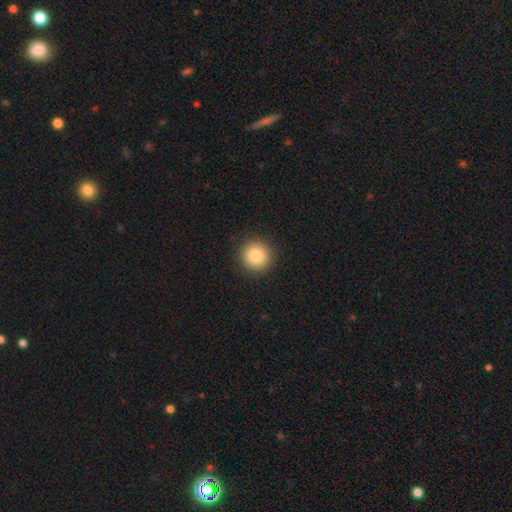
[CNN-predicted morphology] A smooth galaxy with no disk features (83%) that is round (95%).

Vote fractions:
- Smooth or featured? smooth: 83% / star or artifact: 10% / featured or disk: 7%
- How rounded? round: 95% / in between: 4% / cigar-shaped: 1%
- Merging? none: 92% / minor disturbance: 5% / major disturbance: 2% / merger: 1%